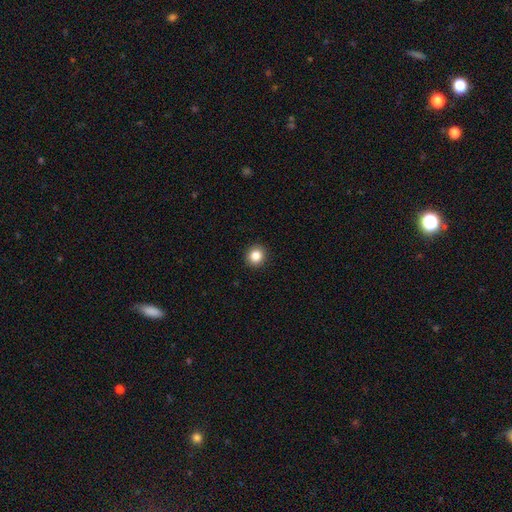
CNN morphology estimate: smooth_or_featured: smooth (p=0.85) [alt: star or artifact p=0.10]
how_rounded: round (p=0.90) [alt: in between p=0.09]
merging: none (p=0.92) [alt: minor disturbance p=0.05]